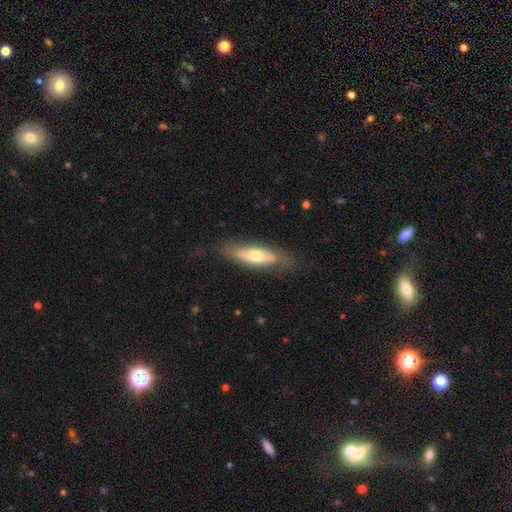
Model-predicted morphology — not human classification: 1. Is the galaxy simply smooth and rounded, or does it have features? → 53% smooth, 41% featured or disk, 6% star or artifact.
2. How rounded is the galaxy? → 53% in between, 44% cigar-shaped, 3% round.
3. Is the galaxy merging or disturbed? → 76% none, 17% minor disturbance, 6% major disturbance, 1% merger.